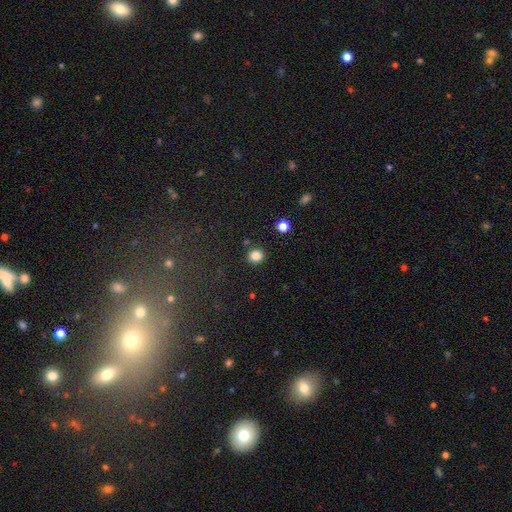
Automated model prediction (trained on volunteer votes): smooth_or_featured: smooth (p=0.83) [alt: star or artifact p=0.12]
how_rounded: round (p=0.89) [alt: in between p=0.10]
merging: none (p=0.90) [alt: minor disturbance p=0.06]